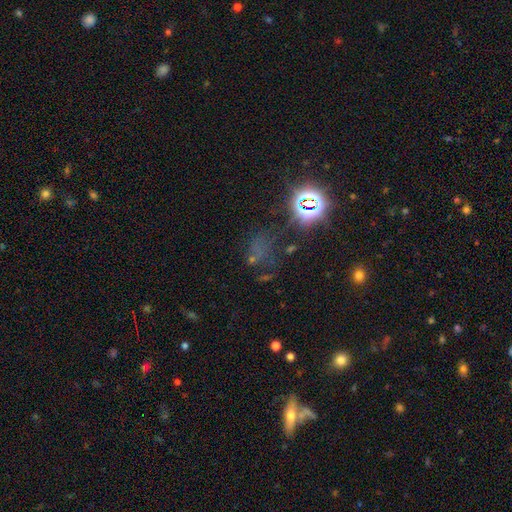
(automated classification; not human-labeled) Smooth or featured: star or artifact — 55% (smooth — 29%)